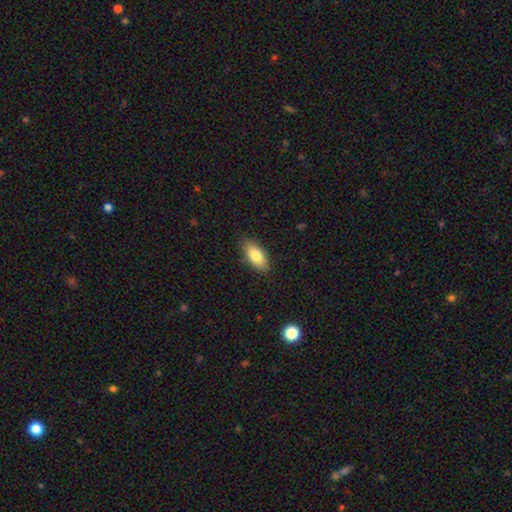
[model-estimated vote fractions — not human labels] Smooth or featured?
  - smooth: 82% *
  - featured or disk: 12%
  - star or artifact: 7%
How rounded?
  - in between: 89% *
  - cigar-shaped: 8%
  - round: 3%
Merging?
  - none: 86% *
  - minor disturbance: 10%
  - major disturbance: 2%
  - merger: 1%